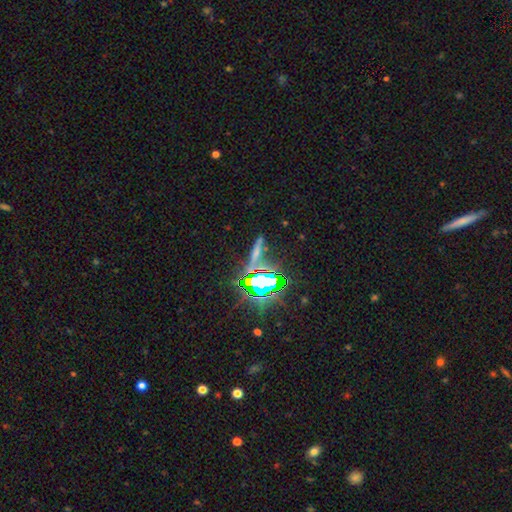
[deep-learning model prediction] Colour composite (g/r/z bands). It shows a star or artifact, not a galaxy (66%).